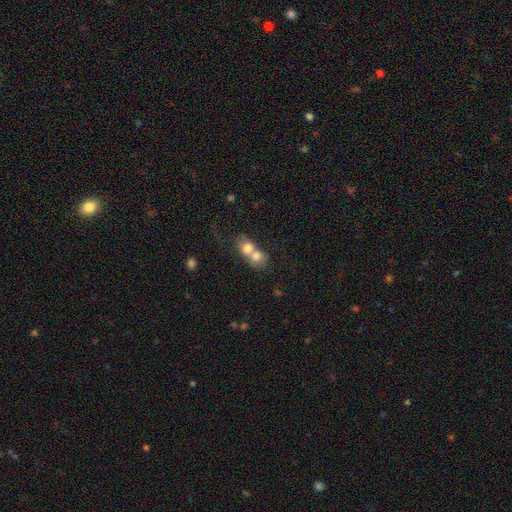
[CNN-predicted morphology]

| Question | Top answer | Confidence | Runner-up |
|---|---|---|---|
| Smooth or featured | smooth | 72% | featured or disk (19%) |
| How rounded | round | 62% | in between (36%) |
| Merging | merger | 76% | none (17%) |